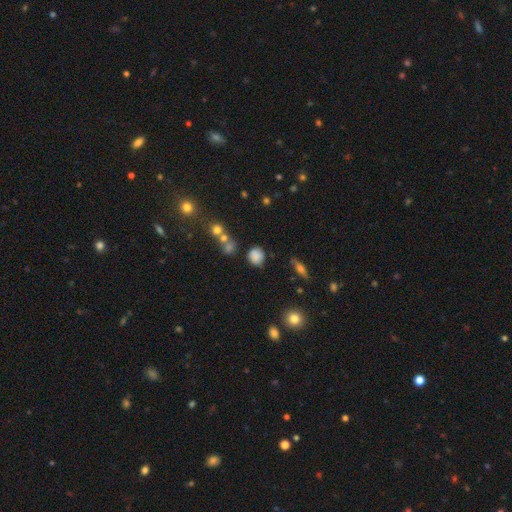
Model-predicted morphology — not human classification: smooth_or_featured: smooth (p=0.80) [alt: star or artifact p=0.13]
how_rounded: round (p=0.76) [alt: in between p=0.22]
merging: none (p=0.72) [alt: minor disturbance p=0.17]